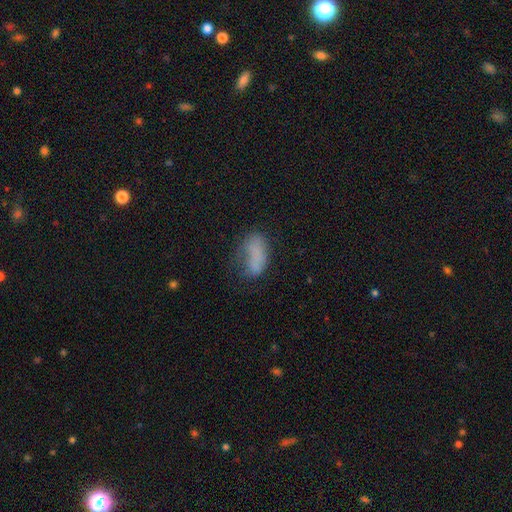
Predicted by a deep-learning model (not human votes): Q: Smooth or featured?
A: smooth (72%); runner-up: featured or disk (17%)
Q: How rounded?
A: in between (85%); runner-up: cigar-shaped (11%)
Q: Merging?
A: none (40%); runner-up: minor disturbance (29%)